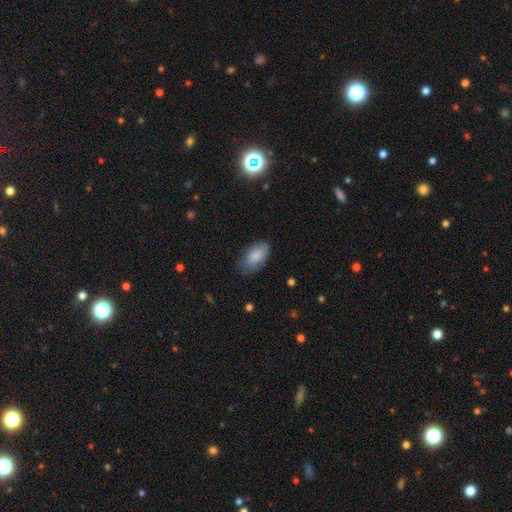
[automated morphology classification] Smooth or featured? Predicted: smooth (p=0.85). How rounded? Predicted: in between (p=0.94). Merging? Predicted: none (p=0.67).